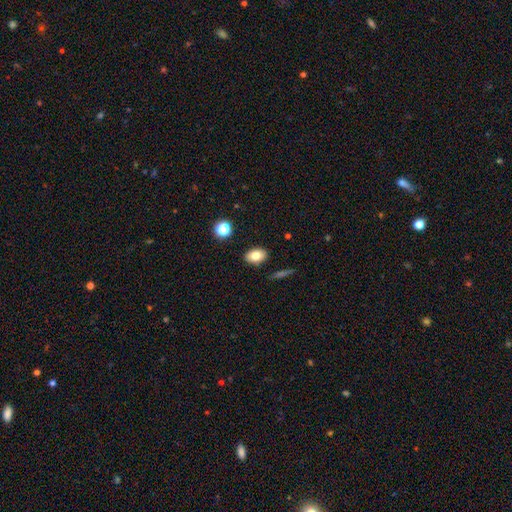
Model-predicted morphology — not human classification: Smooth or featured?
  - smooth: 79% *
  - featured or disk: 11%
  - star or artifact: 9%
How rounded?
  - in between: 84% *
  - round: 14%
  - cigar-shaped: 2%
Merging?
  - none: 87% *
  - minor disturbance: 9%
  - merger: 2%
  - major disturbance: 2%